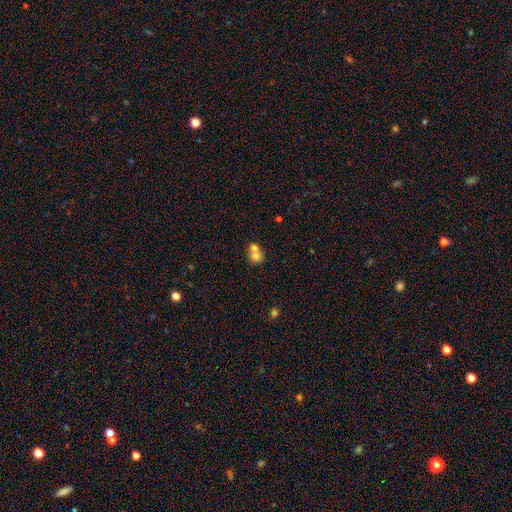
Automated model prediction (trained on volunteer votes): A smooth galaxy with no disk features (70%) that is round (75%). Merging: merger (64%).